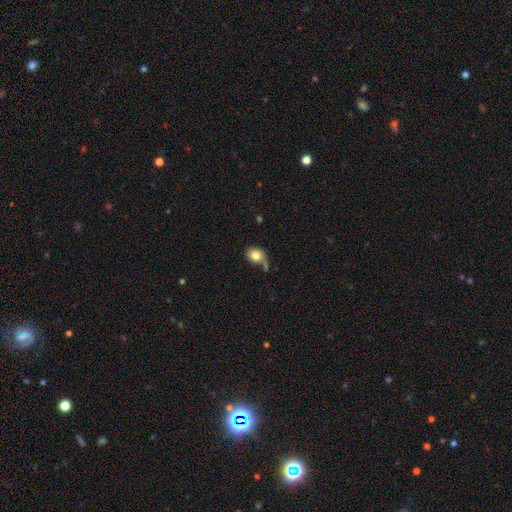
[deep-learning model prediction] Overall: smooth (75%). How rounded: round (52%; in between 46%). Merging: none (41%; minor disturbance 25%).